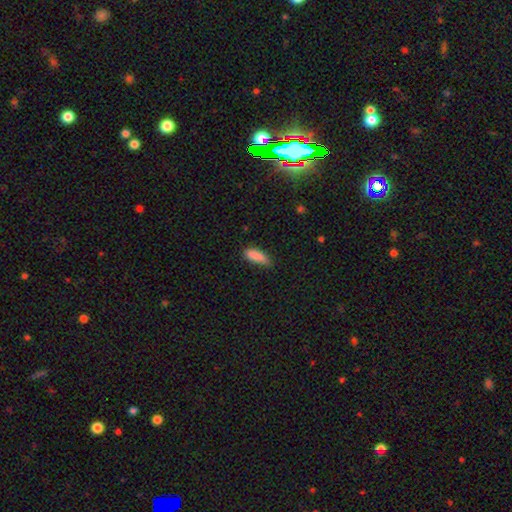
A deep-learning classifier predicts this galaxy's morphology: type=smooth (86%); roundness=in between (58%); merging=none (61%).